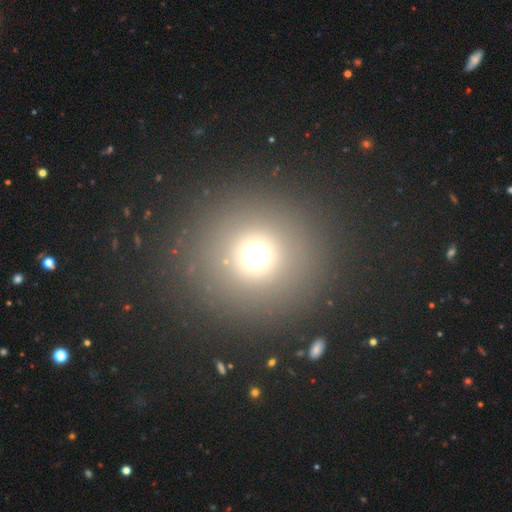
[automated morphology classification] Smooth or featured: smooth — 68% (star or artifact — 21%)
How rounded: round — 93% (in between — 6%)
Merging: none — 88% (minor disturbance — 6%)